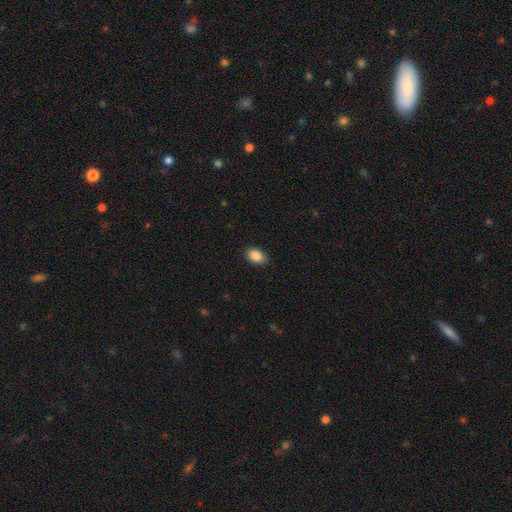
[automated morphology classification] Smooth or featured? Predicted: smooth (p=0.87). How rounded? Predicted: in between (p=0.83). Merging? Predicted: none (p=0.85).